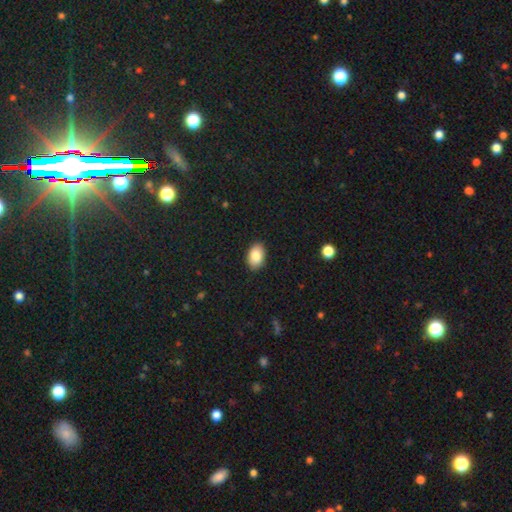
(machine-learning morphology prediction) smooth-or-featured: smooth: 85% | featured or disk: 8% | star or artifact: 7%
  how-rounded: in between: 87% | round: 11% | cigar-shaped: 1%
  merging: none: 89% | minor disturbance: 8% | major disturbance: 2% | merger: 1%